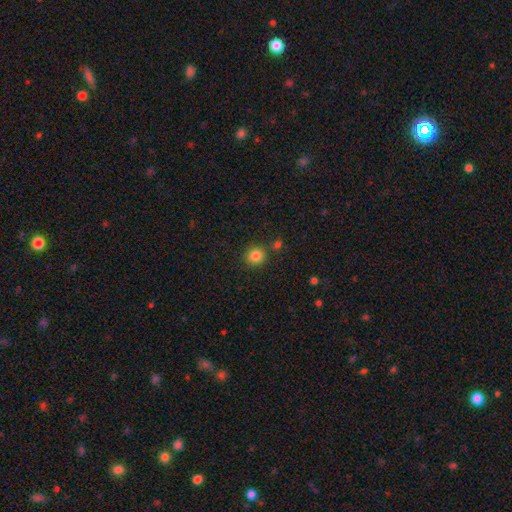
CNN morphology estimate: This appears to be a smooth galaxy with no disk features (84%) that is round (90%). Merging: none (85%).